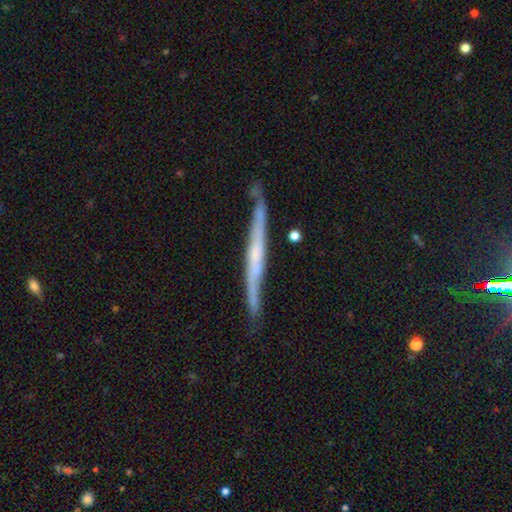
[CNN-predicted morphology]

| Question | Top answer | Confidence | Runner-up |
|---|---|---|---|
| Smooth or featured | featured or disk | 69% | smooth (26%) |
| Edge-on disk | yes | 90% | no (10%) |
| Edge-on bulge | none | 63% | rounded (24%) |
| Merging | none | 69% | minor disturbance (23%) |